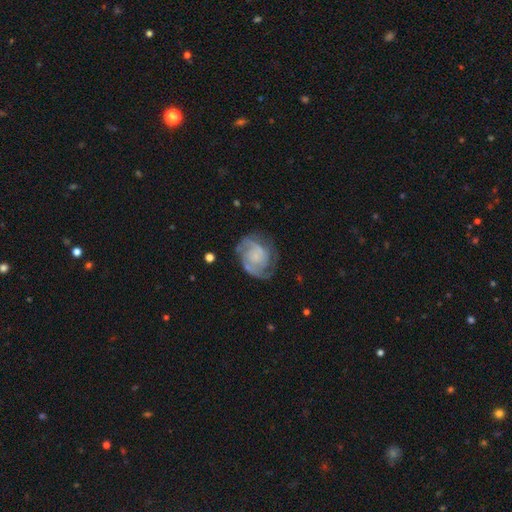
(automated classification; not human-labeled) smooth-or-featured: featured or disk: 79% | smooth: 15% | star or artifact: 6%
  disk-edge-on: no: 98% | yes: 2%
    bar: no: 71% | weak: 25% | strong: 4%
    has-spiral-arms: yes: 92% | no: 8%
      spiral-winding: tight: 48% | medium: 40% | loose: 13%
      spiral-arm-count: 2: 55% | can't tell: 20% | 3: 13% | 1: 6% | 4: 3% | more than 4: 3%
    bulge-size: small: 54% | none: 28% | moderate: 13% | large: 4% | dominant: 1%
  merging: none: 63% | minor disturbance: 21% | major disturbance: 14% | merger: 2%